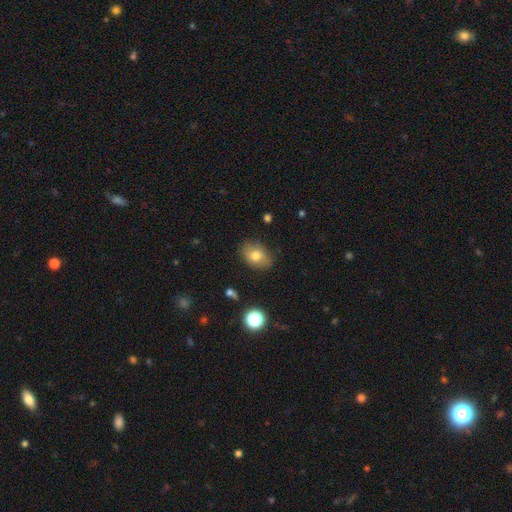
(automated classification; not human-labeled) smooth 76%, featured or disk 15%, star or artifact 10%. Down the decision tree: how rounded — in between (77%); merging — none (82%).